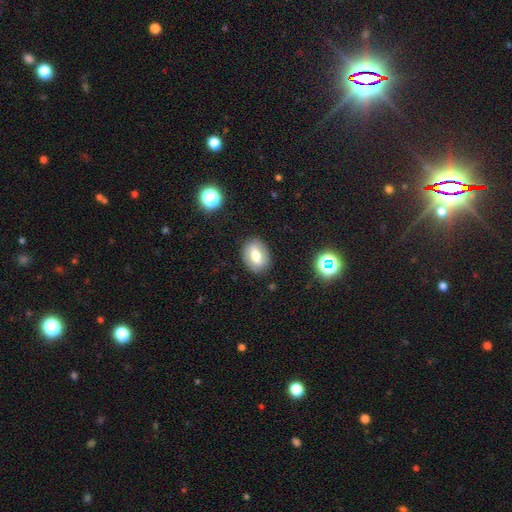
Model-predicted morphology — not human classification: A smooth galaxy with no disk features (62%) that is in between round and cigar-shaped (70%).

Vote fractions:
- Smooth or featured? smooth: 62% / featured or disk: 28% / star or artifact: 10%
- How rounded? in between: 70% / round: 28% / cigar-shaped: 2%
- Merging? none: 85% / minor disturbance: 10% / major disturbance: 3% / merger: 1%